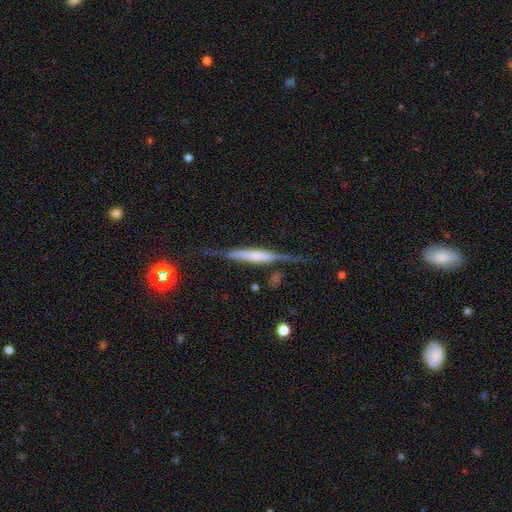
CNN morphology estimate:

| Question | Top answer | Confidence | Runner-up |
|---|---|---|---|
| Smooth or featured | featured or disk | 68% | smooth (25%) |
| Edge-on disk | yes | 95% | no (5%) |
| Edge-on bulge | boxy | 41% | none (32%) |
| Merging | none | 71% | minor disturbance (19%) |